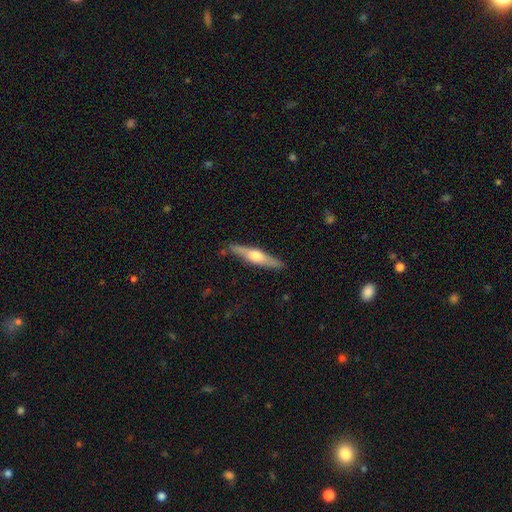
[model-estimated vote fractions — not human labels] featured or disk 60%, smooth 35%, star or artifact 5%. Down the decision tree: edge-on disk — yes (95%); edge-on bulge — rounded (92%); merging — none (86%).